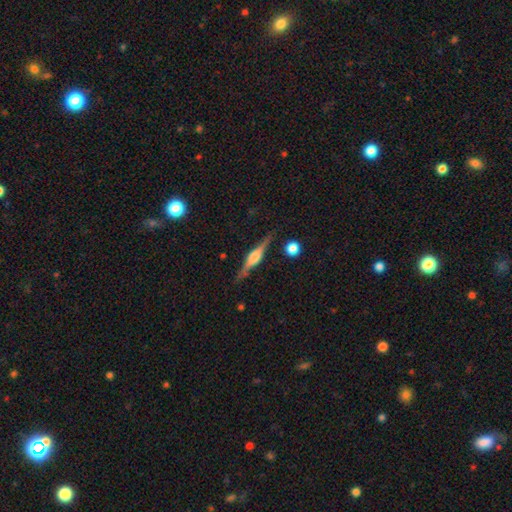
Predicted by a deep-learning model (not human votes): smooth_or_featured: featured or disk (p=0.81) [alt: smooth p=0.13]
disk_edge_on: yes (p=0.98) [alt: no p=0.02]
edge_on_bulge: rounded (p=0.77) [alt: boxy p=0.19]
merging: none (p=0.88) [alt: minor disturbance p=0.09]